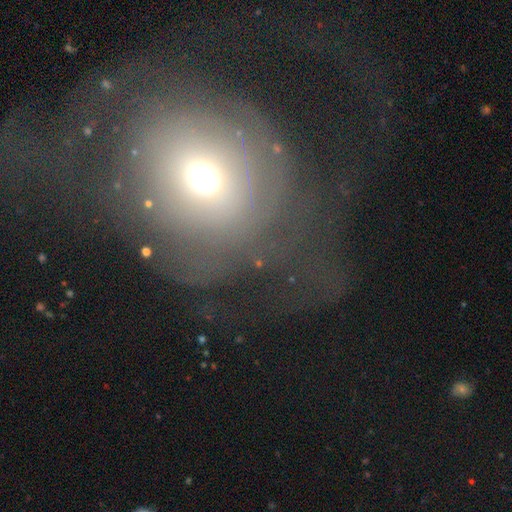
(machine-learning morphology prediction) A smooth galaxy with no disk features (48%).

Vote fractions:
- Smooth or featured? smooth: 48% / featured or disk: 37% / star or artifact: 16%
- Merging? major disturbance: 49% / none: 35% / minor disturbance: 13% / merger: 3%